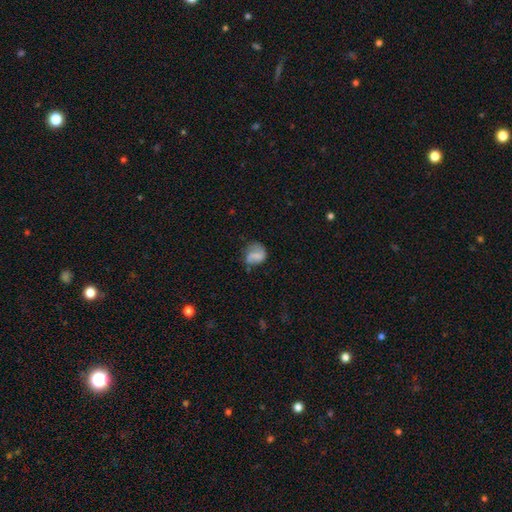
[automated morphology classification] type=smooth (52%); roundness=round (58%); merging=none (46%).